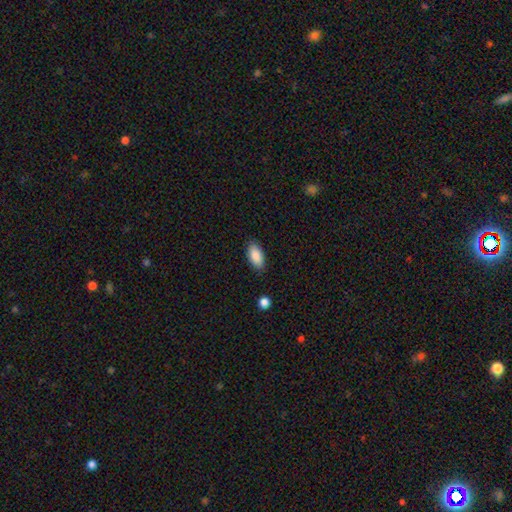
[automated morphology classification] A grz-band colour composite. It shows a smooth galaxy with no disk features (89%) that is in between round and cigar-shaped (91%). Merging: none (86%).